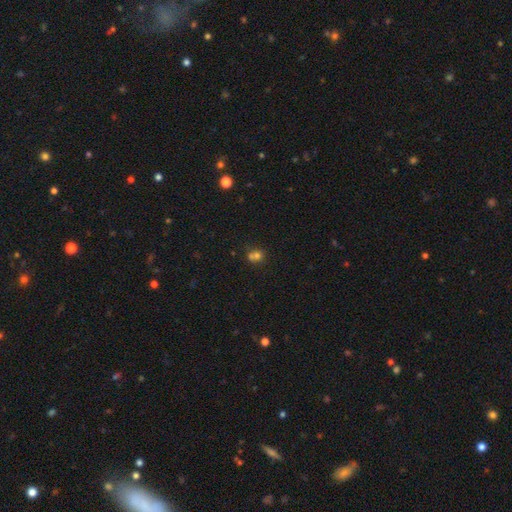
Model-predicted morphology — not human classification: Smooth or featured?
  - smooth: 71% *
  - star or artifact: 16%
  - featured or disk: 13%
How rounded?
  - round: 69% *
  - in between: 30%
  - cigar-shaped: 1%
Merging?
  - merger: 44% *
  - none: 39%
  - minor disturbance: 12%
  - major disturbance: 5%